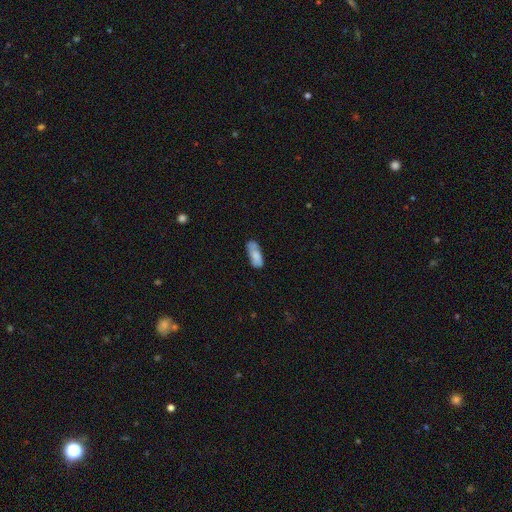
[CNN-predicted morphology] A smooth galaxy with no disk features (76%) that is in between round and cigar-shaped (78%).

Vote fractions:
- Smooth or featured? smooth: 76% / featured or disk: 17% / star or artifact: 7%
- How rounded? in between: 78% / cigar-shaped: 20% / round: 2%
- Merging? none: 58% / minor disturbance: 28% / major disturbance: 9% / merger: 5%